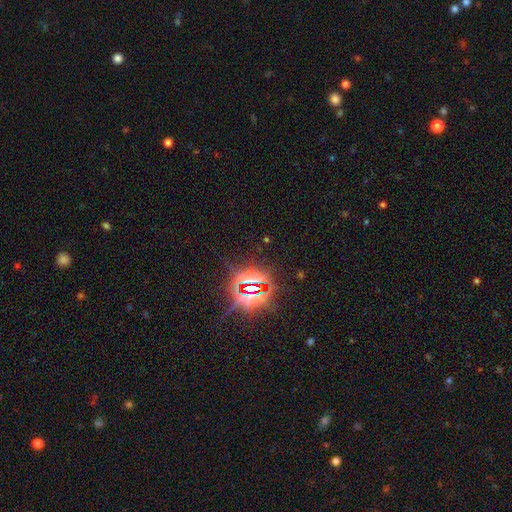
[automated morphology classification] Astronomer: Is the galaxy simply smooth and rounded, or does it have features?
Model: star or artifact — 83%.